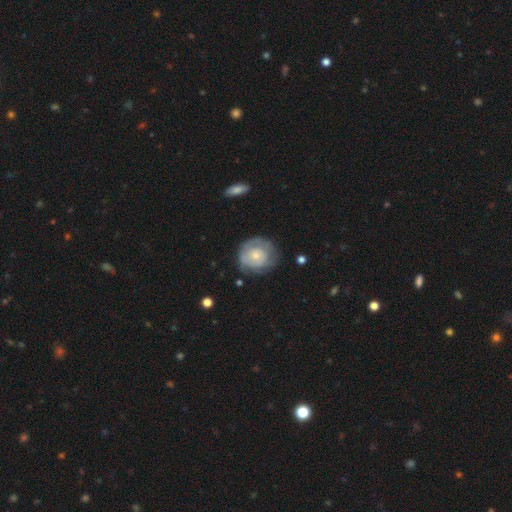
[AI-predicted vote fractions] A smooth galaxy with no disk features (49%). Merging: none (63%).